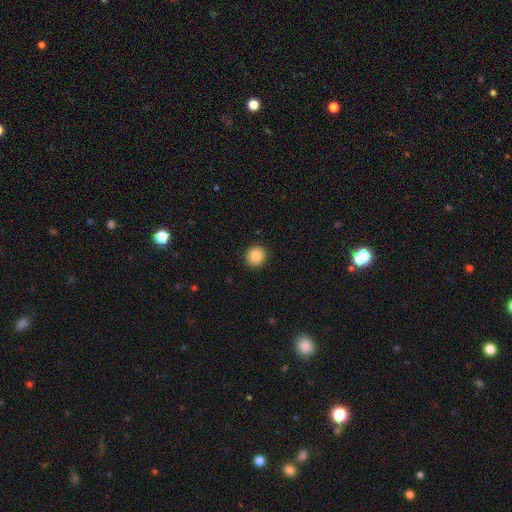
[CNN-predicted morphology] type=smooth (86%); roundness=round (91%); merging=none (92%).